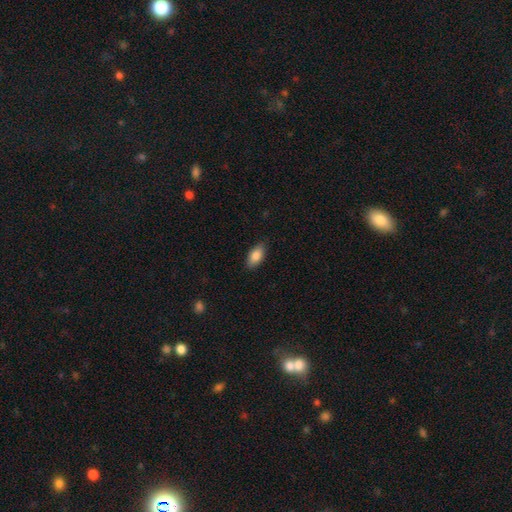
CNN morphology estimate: smooth 84%, featured or disk 10%, star or artifact 7%. Down the decision tree: how rounded — in between (91%); merging — none (86%).